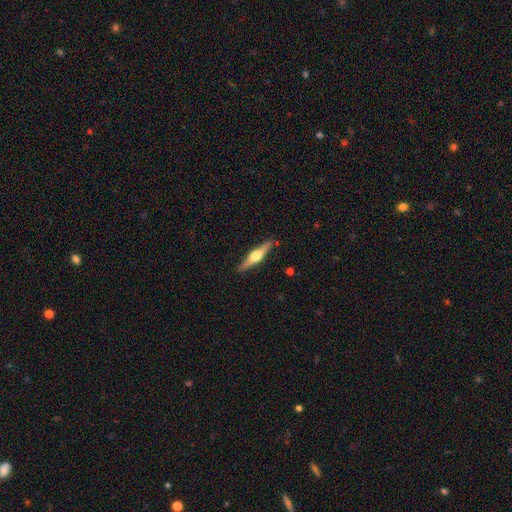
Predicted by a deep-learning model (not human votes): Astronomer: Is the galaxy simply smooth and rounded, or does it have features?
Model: featured or disk — 65%.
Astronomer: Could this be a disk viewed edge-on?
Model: yes — 97%.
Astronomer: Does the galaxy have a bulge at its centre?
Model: rounded — 93%.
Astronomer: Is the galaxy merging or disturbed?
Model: none — 89%.